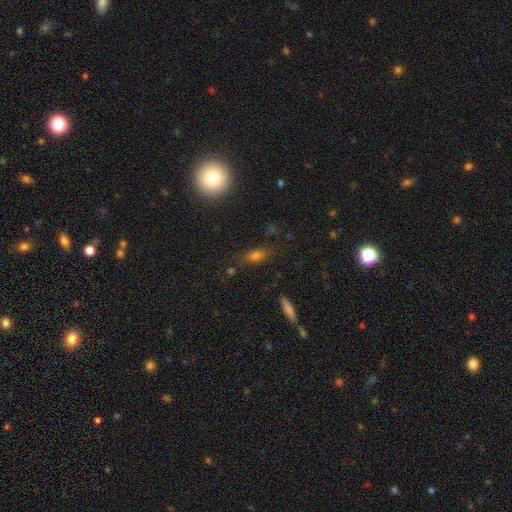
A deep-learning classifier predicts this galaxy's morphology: A smooth galaxy with no disk features (67%) that is in between round and cigar-shaped (68%). Merging: none (78%).